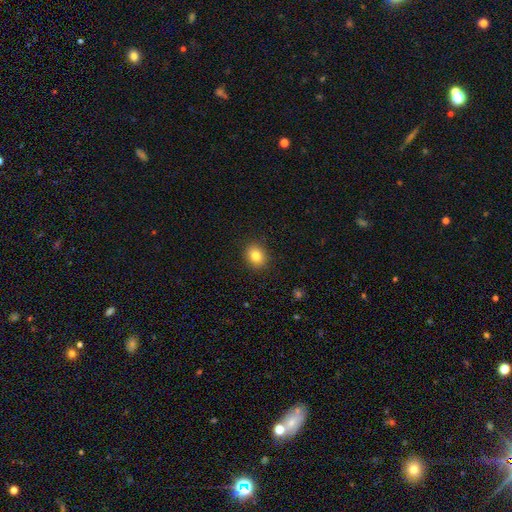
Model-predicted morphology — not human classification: This appears to be a smooth galaxy with no disk features (84%) that is round (60%). Merging: none (90%).